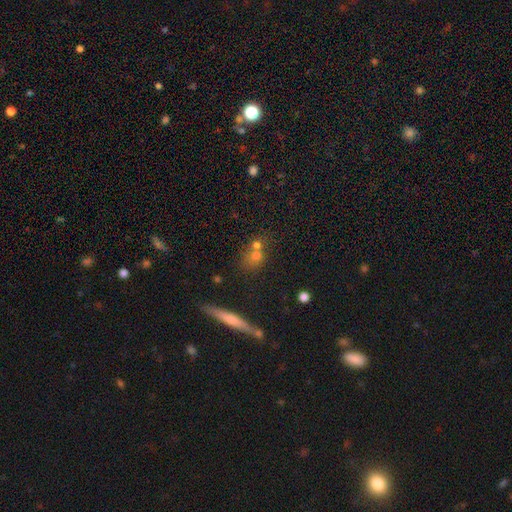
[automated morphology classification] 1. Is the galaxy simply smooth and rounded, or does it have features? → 61% smooth, 21% featured or disk, 18% star or artifact.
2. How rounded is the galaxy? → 67% round, 25% in between, 8% cigar-shaped.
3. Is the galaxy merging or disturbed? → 48% none, 40% merger, 8% minor disturbance, 4% major disturbance.